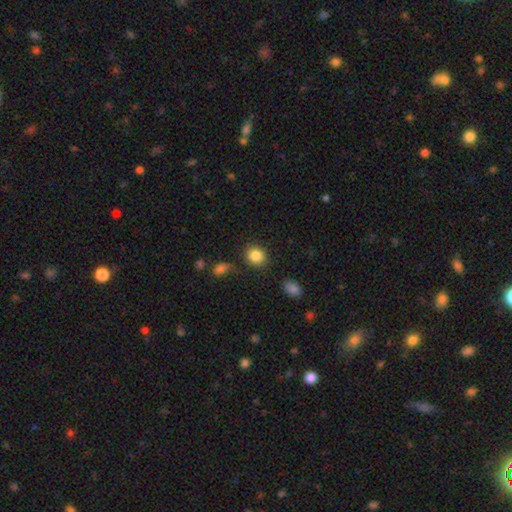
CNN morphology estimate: Smooth or featured? smooth (86%)
How rounded? round (77%)
Merging? none (82%)